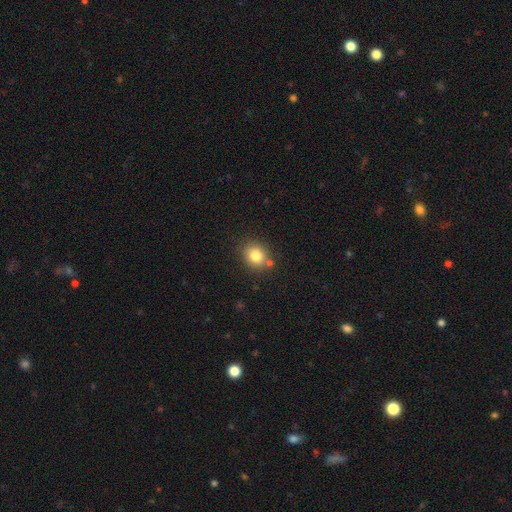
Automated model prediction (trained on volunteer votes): Smooth or featured? smooth (81%)
How rounded? round (74%)
Merging? none (77%)